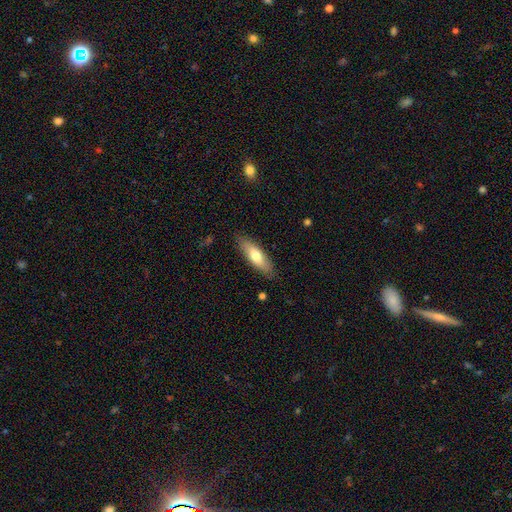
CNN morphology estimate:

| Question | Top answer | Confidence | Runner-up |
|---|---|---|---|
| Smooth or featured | smooth | 71% | featured or disk (24%) |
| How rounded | in between | 51% | cigar-shaped (47%) |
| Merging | none | 85% | minor disturbance (12%) |